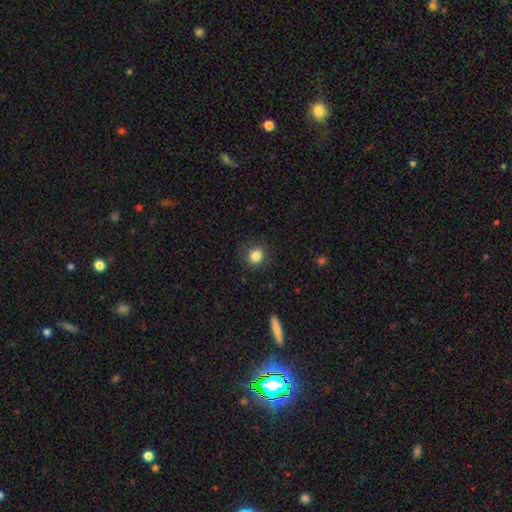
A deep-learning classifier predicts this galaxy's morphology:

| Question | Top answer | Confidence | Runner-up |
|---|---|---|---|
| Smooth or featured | smooth | 84% | star or artifact (10%) |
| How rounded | round | 83% | in between (16%) |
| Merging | none | 84% | minor disturbance (11%) |